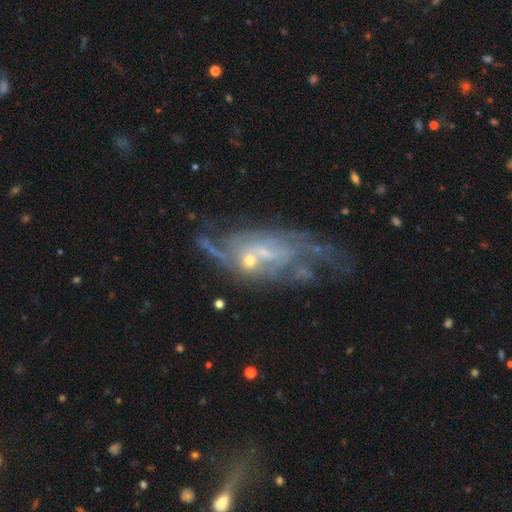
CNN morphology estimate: smooth_or_featured: featured or disk (p=0.79) [alt: smooth p=0.11]
disk_edge_on: no (p=0.93) [alt: yes p=0.07]
bar: no (p=0.57) [alt: weak p=0.34]
has_spiral_arms: yes (p=0.80) [alt: no p=0.20]
spiral_winding: medium (p=0.38) [alt: loose p=0.35]
spiral_arm_count: can't tell (p=0.39) [alt: 2 p=0.32]
bulge_size: small (p=0.64) [alt: moderate p=0.23]
merging: none (p=0.39) [alt: major disturbance p=0.28]